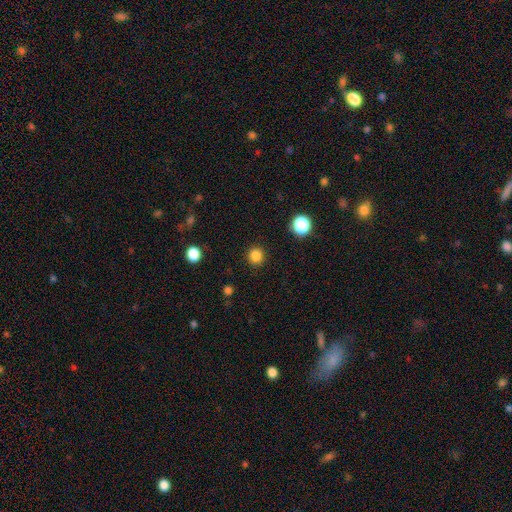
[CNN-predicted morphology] smooth 84%, star or artifact 13%, featured or disk 3%. Down the decision tree: how rounded — round (92%); merging — none (91%).